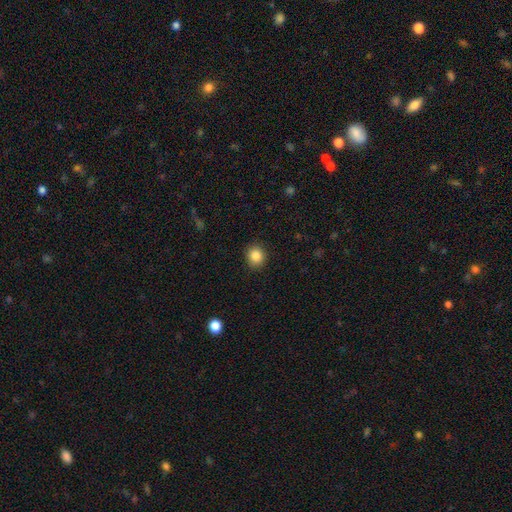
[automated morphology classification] Smooth or featured: smooth — 86% (star or artifact — 10%)
How rounded: round — 83% (in between — 16%)
Merging: none — 90% (minor disturbance — 7%)